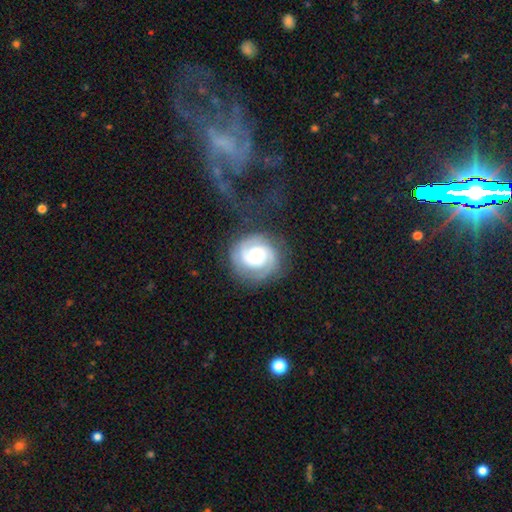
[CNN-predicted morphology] smooth-or-featured: featured or disk: 74% | smooth: 19% | star or artifact: 7%
  disk-edge-on: no: 98% | yes: 2%
    bar: no: 66% | weak: 26% | strong: 7%
    has-spiral-arms: yes: 95% | no: 5%
      spiral-winding: tight: 54% | medium: 35% | loose: 11%
      spiral-arm-count: 2: 65% | can't tell: 13% | 3: 11% | 1: 5% | 4: 3% | more than 4: 3%
    bulge-size: moderate: 43% | small: 29% | large: 20% | dominant: 5% | none: 2%
  merging: none: 68% | minor disturbance: 16% | major disturbance: 13% | merger: 2%